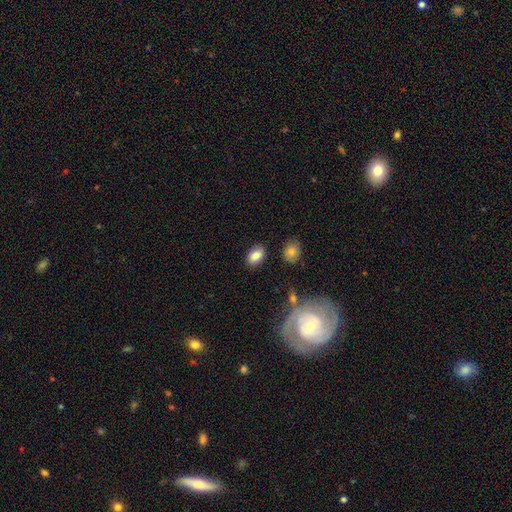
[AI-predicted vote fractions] A smooth galaxy with no disk features (85%) that is in between round and cigar-shaped (86%).

Vote fractions:
- Smooth or featured? smooth: 85% / star or artifact: 8% / featured or disk: 7%
- How rounded? in between: 86% / round: 12% / cigar-shaped: 2%
- Merging? none: 84% / minor disturbance: 10% / major disturbance: 3% / merger: 3%